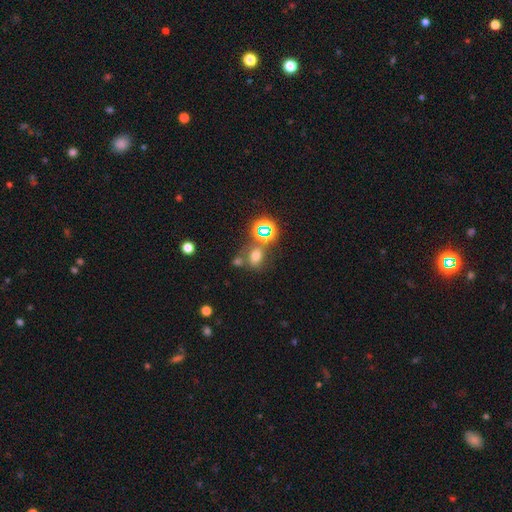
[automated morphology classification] The model was most divided on "how rounded": in between: 54%, round: 44%, cigar-shaped: 2%. More confident: smooth or featured — smooth (59%); merging — none (58%).